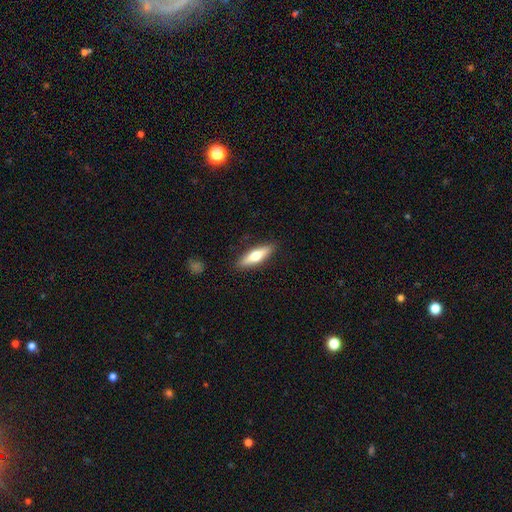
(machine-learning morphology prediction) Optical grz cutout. It shows a smooth galaxy with no disk features (57%) that is cigar-shaped (61%). Merging: none (89%).